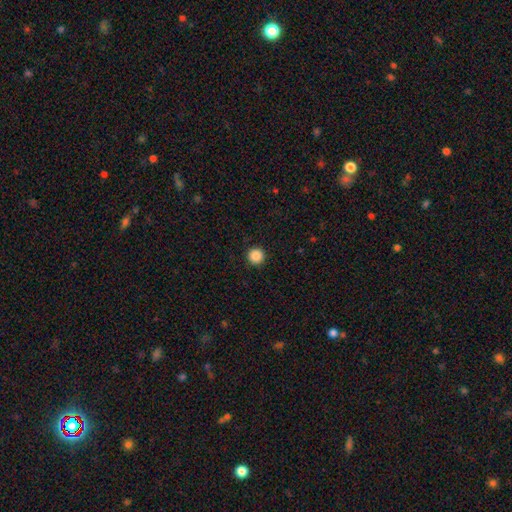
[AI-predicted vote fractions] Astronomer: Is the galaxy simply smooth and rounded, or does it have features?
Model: smooth — 88%.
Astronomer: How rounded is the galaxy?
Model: round — 96%.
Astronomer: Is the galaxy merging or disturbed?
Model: none — 93%.